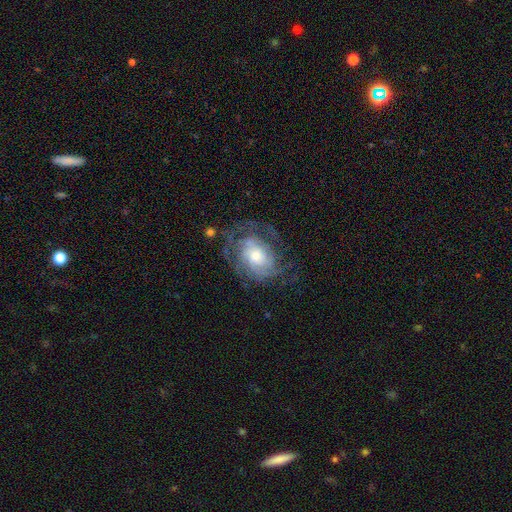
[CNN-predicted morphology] smooth-or-featured: featured or disk: 79% | smooth: 14% | star or artifact: 7%
  disk-edge-on: no: 96% | yes: 4%
    bar: no: 71% | weak: 24% | strong: 5%
    has-spiral-arms: yes: 90% | no: 10%
      spiral-winding: tight: 57% | medium: 32% | loose: 11%
      spiral-arm-count: can't tell: 42% | 3: 18% | 2: 18% | 4: 11% | more than 4: 6% | 1: 6%
    bulge-size: moderate: 55% | small: 28% | large: 14% | none: 2% | dominant: 2%
  merging: none: 64% | minor disturbance: 19% | major disturbance: 16% | merger: 1%